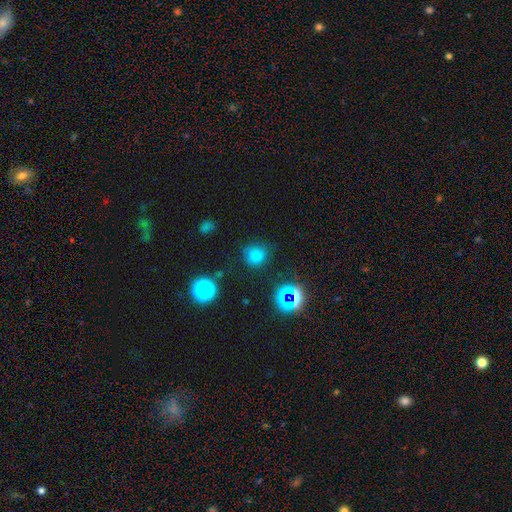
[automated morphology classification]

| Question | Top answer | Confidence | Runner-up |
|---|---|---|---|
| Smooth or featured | smooth | 71% | star or artifact (23%) |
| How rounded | round | 79% | in between (20%) |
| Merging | none | 76% | minor disturbance (15%) |